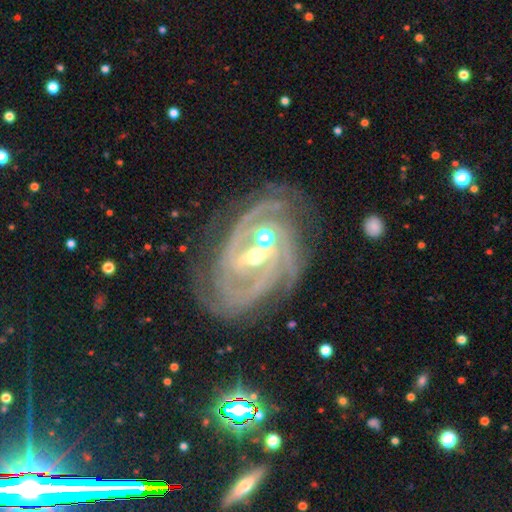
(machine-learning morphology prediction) A featured or disk galaxy (88%) with a strong bar (45%), 2 (44%) tight (54%) spiral arms (92%) and a moderate central bulge (71%).

Vote fractions:
- Smooth or featured? featured or disk: 88% / star or artifact: 6% / smooth: 6%
- Edge-on disk? no: 96% / yes: 4%
- Bar? strong: 45% / weak: 31% / no: 24%
- Spiral arms? yes: 92% / no: 8%
- Spiral winding? tight: 54% / medium: 35% / loose: 11%
- Spiral arm count? 2: 44% / can't tell: 18% / 3: 17% / 1: 8% / 4: 7% / more than 4: 6%
- Bulge size? moderate: 71% / small: 17% / large: 9% / none: 2% / dominant: 2%
- Merging? none: 50% / minor disturbance: 19% / merger: 18% / major disturbance: 14%